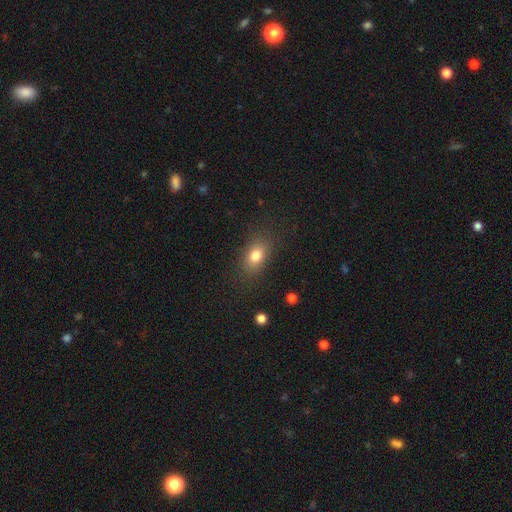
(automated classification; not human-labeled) smooth-or-featured: smooth: 79% | star or artifact: 11% | featured or disk: 10%
  how-rounded: in between: 76% | round: 22% | cigar-shaped: 2%
  merging: none: 81% | minor disturbance: 12% | major disturbance: 5% | merger: 1%